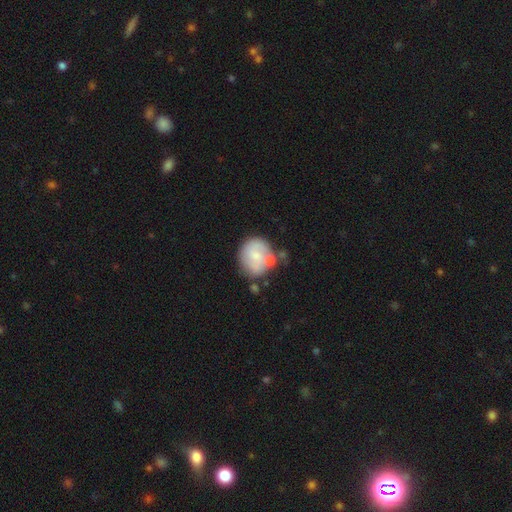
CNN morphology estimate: A smooth galaxy with no disk features (57%) that is round (76%). Merging: none (51%).